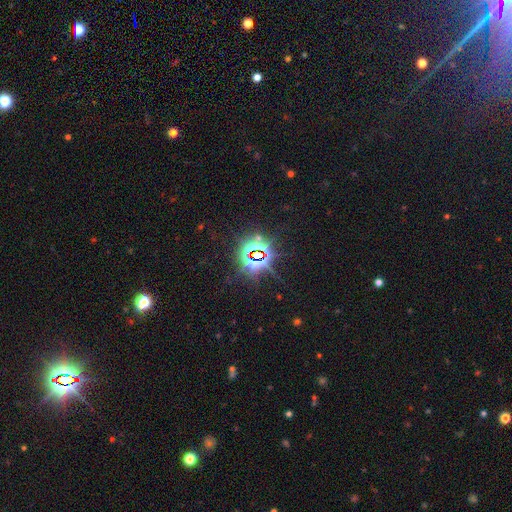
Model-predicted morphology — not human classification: Smooth or featured: star or artifact — 84% (smooth — 9%)